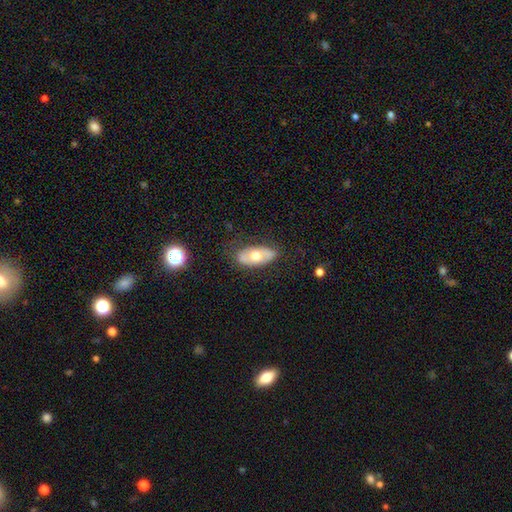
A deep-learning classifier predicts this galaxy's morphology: A smooth galaxy with no disk features (54%) that is in between round and cigar-shaped (89%).

Vote fractions:
- Smooth or featured? smooth: 54% / featured or disk: 40% / star or artifact: 6%
- How rounded? in between: 89% / cigar-shaped: 7% / round: 4%
- Merging? none: 76% / minor disturbance: 17% / major disturbance: 5% / merger: 2%